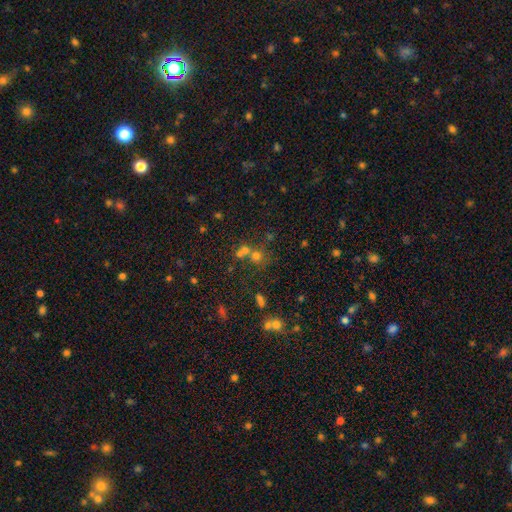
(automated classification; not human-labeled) smooth_or_featured: star or artifact (p=0.45) [alt: smooth p=0.44]